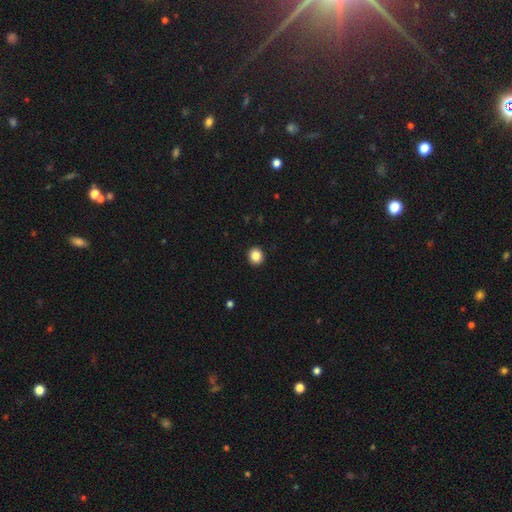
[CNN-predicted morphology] Smooth or featured? Predicted: smooth (p=0.86). How rounded? Predicted: round (p=0.87). Merging? Predicted: none (p=0.93).